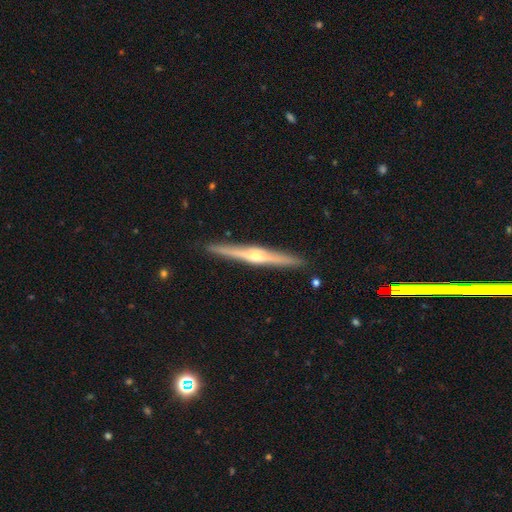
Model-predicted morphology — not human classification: This is likely a featured or disk galaxy (79%). It is clearly viewed edge-on (98%). Edge-on bulge: clearly rounded (89%). Merging: clearly none (92%).